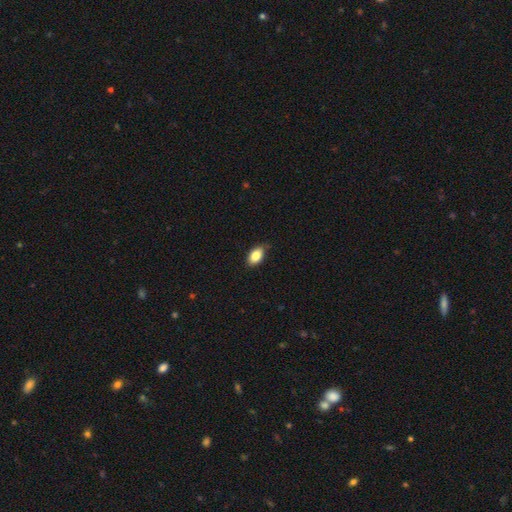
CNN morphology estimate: This is clearly a smooth galaxy (86%). How rounded: clearly in between (89%). Merging: likely none (72%).